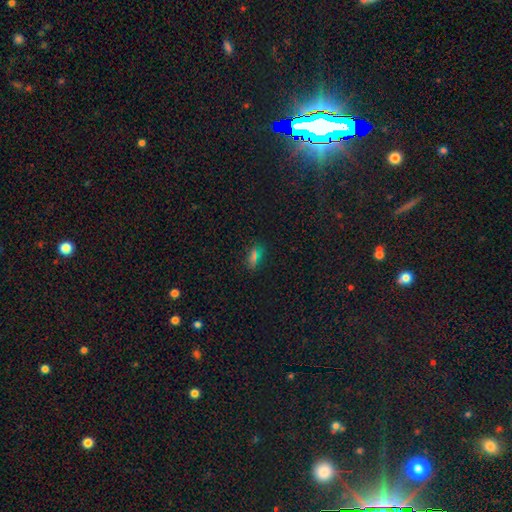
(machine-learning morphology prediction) smooth_or_featured: smooth (p=0.54) [alt: star or artifact p=0.36]
how_rounded: in between (p=0.67) [alt: cigar-shaped p=0.19]
merging: none (p=0.84) [alt: minor disturbance p=0.11]